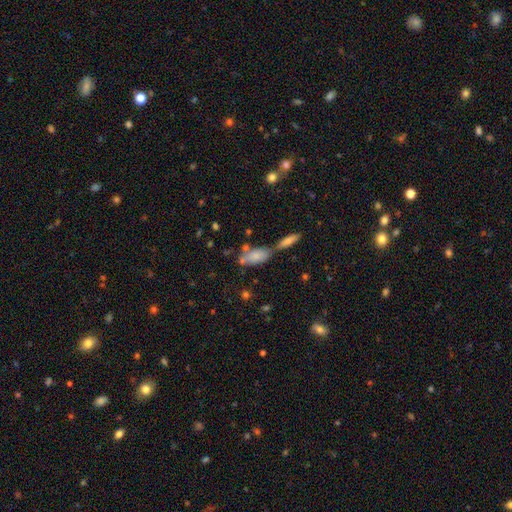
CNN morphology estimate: type=smooth (75%); roundness=in between (83%); merging=merger (41%).